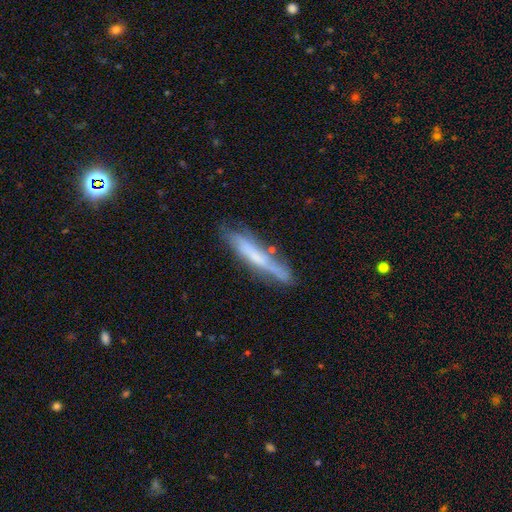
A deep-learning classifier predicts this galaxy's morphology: Smooth or featured: featured or disk — 48% (smooth — 44%)
Merging: none — 66% (minor disturbance — 23%)